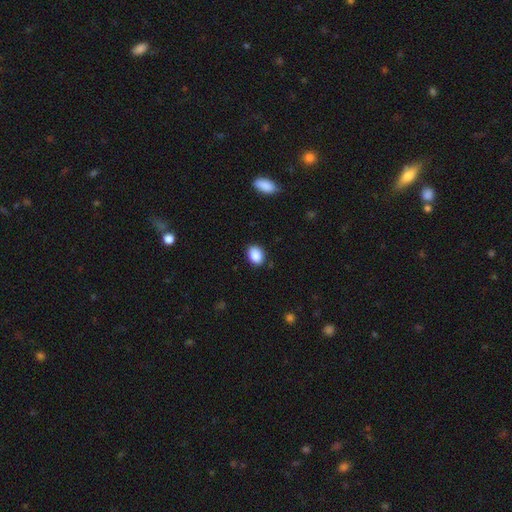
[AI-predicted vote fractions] This appears to be a smooth galaxy with no disk features (88%) that is in between round and cigar-shaped (68%). Merging: none (87%).